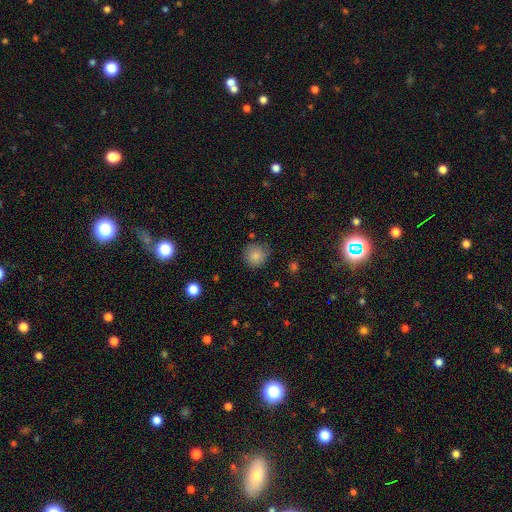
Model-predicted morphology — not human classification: smooth 83%, star or artifact 10%, featured or disk 6%. Down the decision tree: how rounded — round (91%); merging — none (77%).